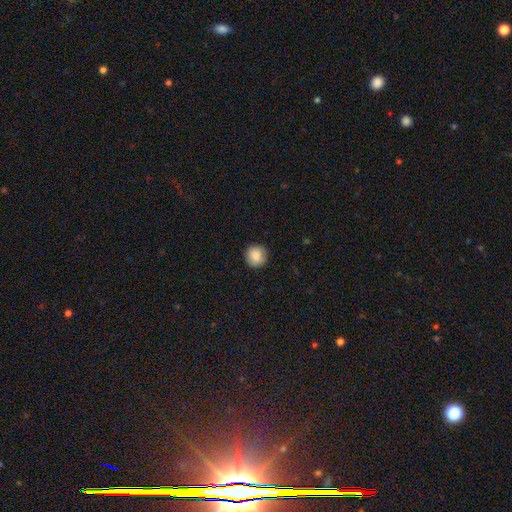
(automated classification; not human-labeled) smooth 87%, star or artifact 8%, featured or disk 5%. Down the decision tree: how rounded — round (95%); merging — none (89%).